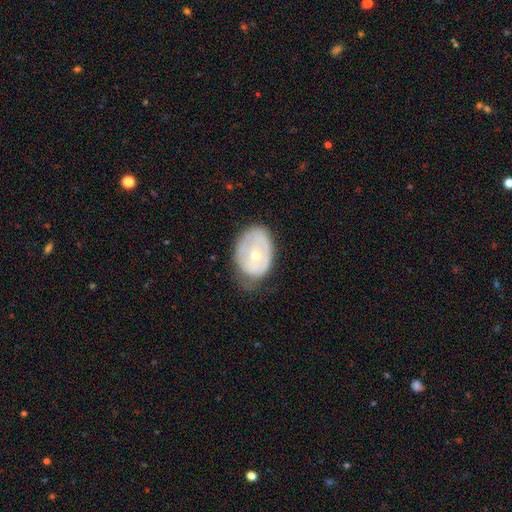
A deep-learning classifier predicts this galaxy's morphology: smooth_or_featured: featured or disk (p=0.52) [alt: smooth p=0.41]
disk_edge_on: no (p=0.93) [alt: yes p=0.07]
merging: none (p=0.51) [alt: minor disturbance p=0.34]